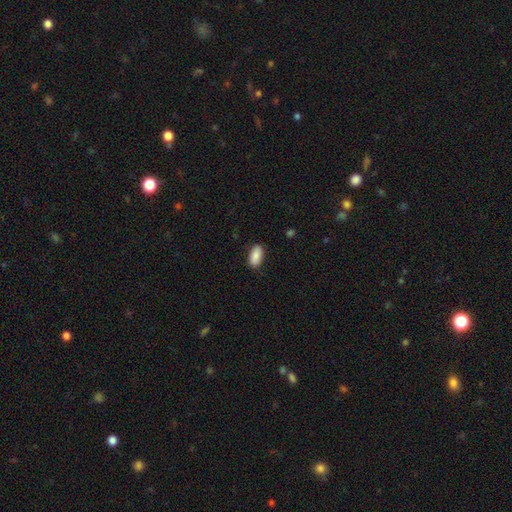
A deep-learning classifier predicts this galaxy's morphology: smooth-or-featured: smooth: 88% | star or artifact: 7% | featured or disk: 5%
  how-rounded: in between: 93% | cigar-shaped: 5% | round: 2%
  merging: none: 86% | minor disturbance: 11% | major disturbance: 2% | merger: 1%